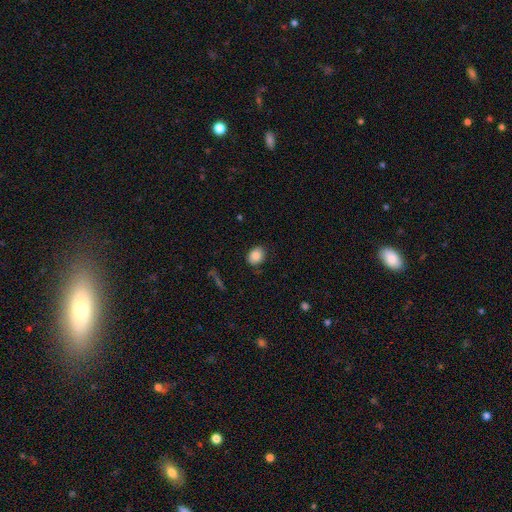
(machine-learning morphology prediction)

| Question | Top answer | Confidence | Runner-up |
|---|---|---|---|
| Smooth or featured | smooth | 86% | star or artifact (9%) |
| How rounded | in between | 59% | round (40%) |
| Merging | none | 81% | minor disturbance (14%) |